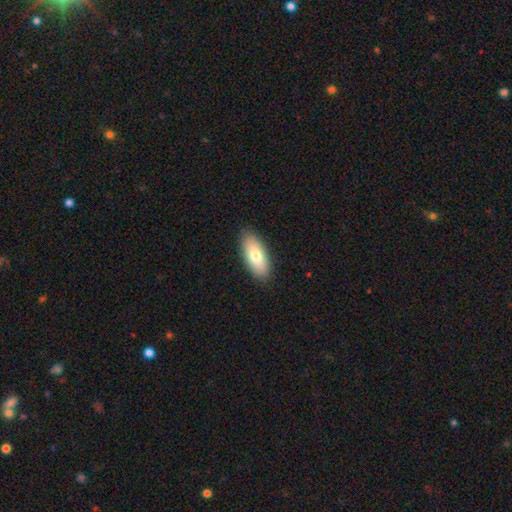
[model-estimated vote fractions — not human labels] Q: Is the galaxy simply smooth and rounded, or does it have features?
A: smooth — 75%.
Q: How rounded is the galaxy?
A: in between — 85%.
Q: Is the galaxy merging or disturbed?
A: none — 88%.